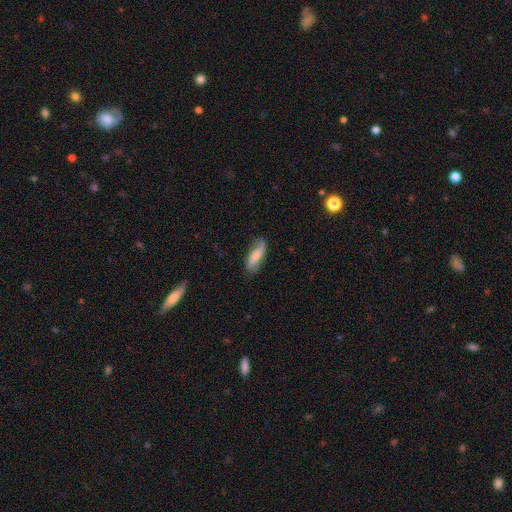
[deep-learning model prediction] Smooth or featured? smooth (53%)
How rounded? in between (66%)
Merging? none (66%)